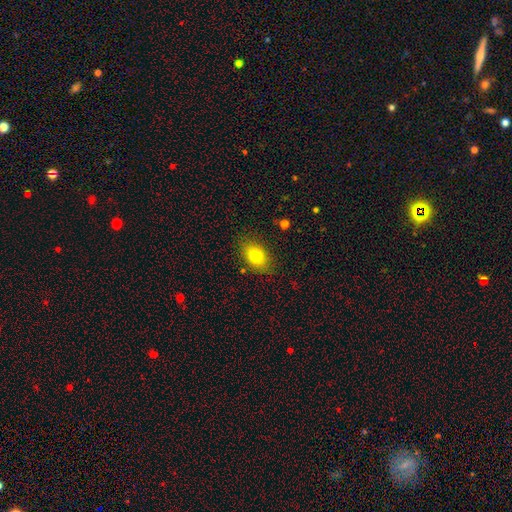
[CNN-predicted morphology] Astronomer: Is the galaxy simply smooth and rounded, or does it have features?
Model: smooth — 79%.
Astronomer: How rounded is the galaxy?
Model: in between — 83%.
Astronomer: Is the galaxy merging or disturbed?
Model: none — 84%.